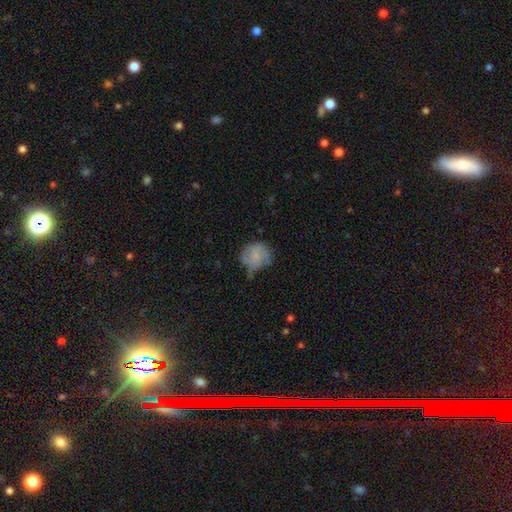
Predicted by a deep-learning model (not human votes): Smooth or featured?
  - smooth: 67% *
  - featured or disk: 24%
  - star or artifact: 9%
How rounded?
  - round: 81% *
  - in between: 18%
  - cigar-shaped: 1%
Merging?
  - none: 46% *
  - minor disturbance: 35%
  - major disturbance: 14%
  - merger: 5%